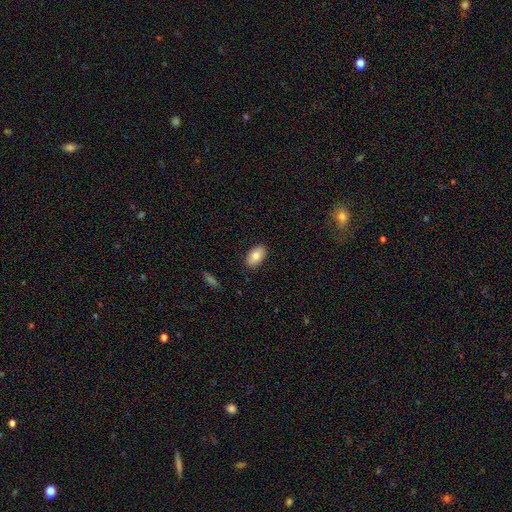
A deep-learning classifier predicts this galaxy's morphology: Smooth or featured: smooth — 82% (featured or disk — 11%)
How rounded: in between — 93% (round — 6%)
Merging: none — 88% (minor disturbance — 9%)